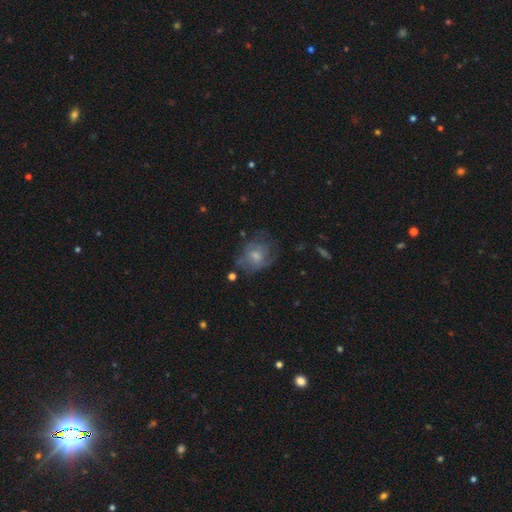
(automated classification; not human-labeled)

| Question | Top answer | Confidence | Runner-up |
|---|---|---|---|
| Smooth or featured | featured or disk | 47% | smooth (44%) |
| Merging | none | 46% | minor disturbance (26%) |